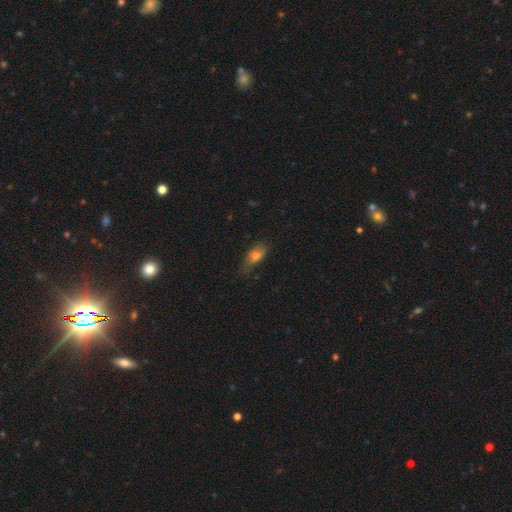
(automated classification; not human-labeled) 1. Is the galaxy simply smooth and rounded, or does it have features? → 72% smooth, 18% featured or disk, 10% star or artifact.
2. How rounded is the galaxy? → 77% in between, 18% cigar-shaped, 5% round.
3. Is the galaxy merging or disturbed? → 57% none, 31% minor disturbance, 10% major disturbance, 2% merger.